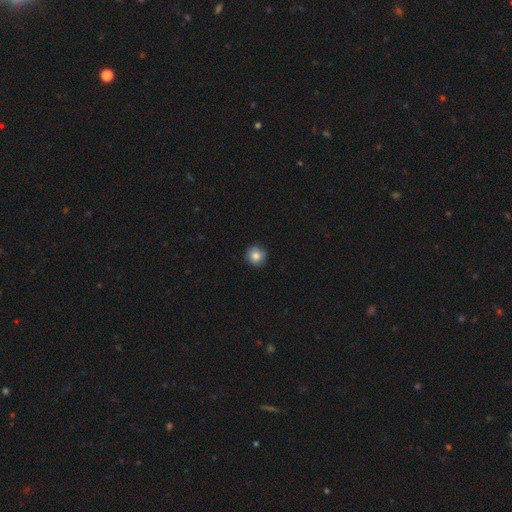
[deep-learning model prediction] Q: Smooth or featured?
A: smooth (82%); runner-up: featured or disk (9%)
Q: How rounded?
A: round (94%); runner-up: in between (5%)
Q: Merging?
A: none (88%); runner-up: minor disturbance (9%)